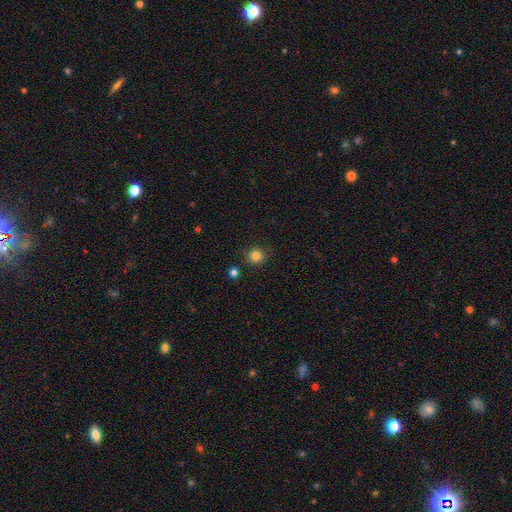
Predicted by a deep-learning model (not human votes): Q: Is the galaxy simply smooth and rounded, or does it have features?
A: smooth — 83%.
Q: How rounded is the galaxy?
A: round — 91%.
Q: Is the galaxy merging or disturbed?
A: none — 87%.